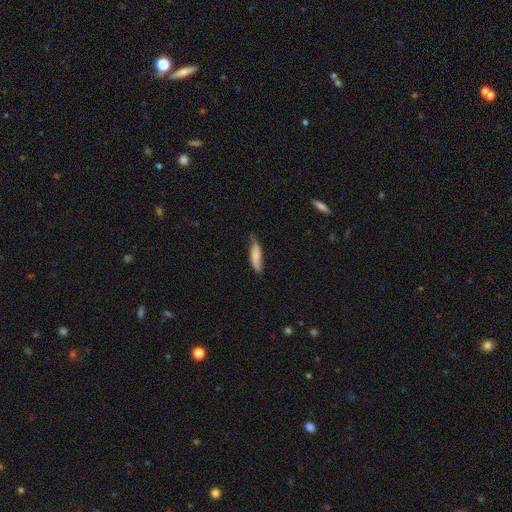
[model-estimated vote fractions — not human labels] This is likely a smooth galaxy (74%). How rounded: likely cigar-shaped (67%). Merging: possibly none (50%).